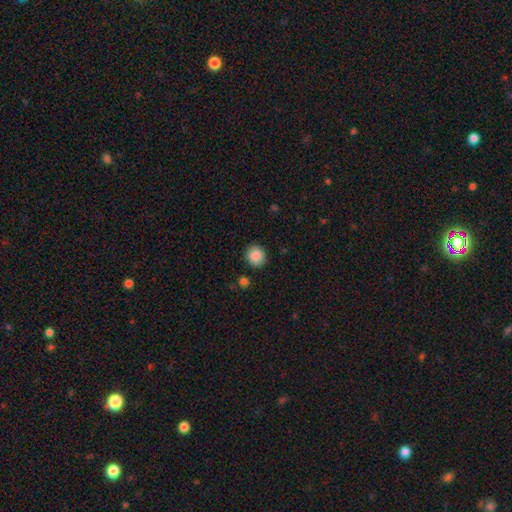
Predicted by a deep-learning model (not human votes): smooth-or-featured: smooth: 88% | star or artifact: 9% | featured or disk: 4%
  how-rounded: round: 86% | in between: 13% | cigar-shaped: 1%
  merging: none: 88% | minor disturbance: 8% | major disturbance: 2% | merger: 2%